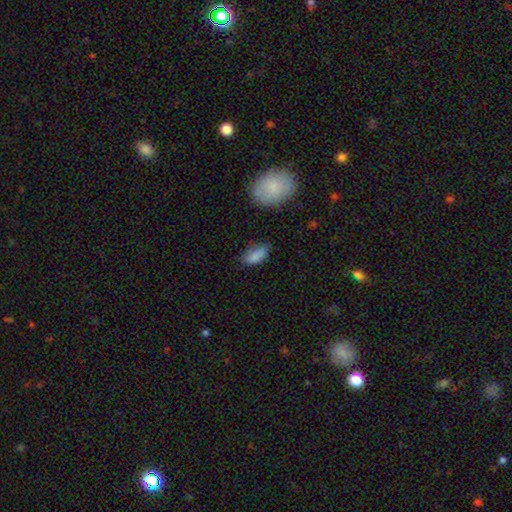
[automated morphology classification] This appears to be a smooth galaxy with no disk features (84%) that is in between round and cigar-shaped (85%). Merging: none (58%).